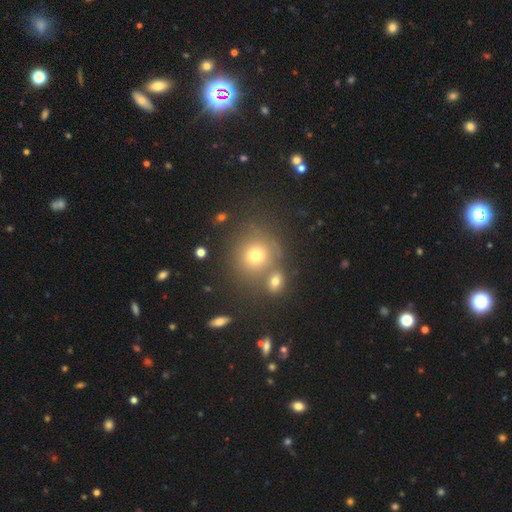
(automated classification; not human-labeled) smooth 71%, star or artifact 17%, featured or disk 12%. Down the decision tree: how rounded — round (86%); merging — none (65%).